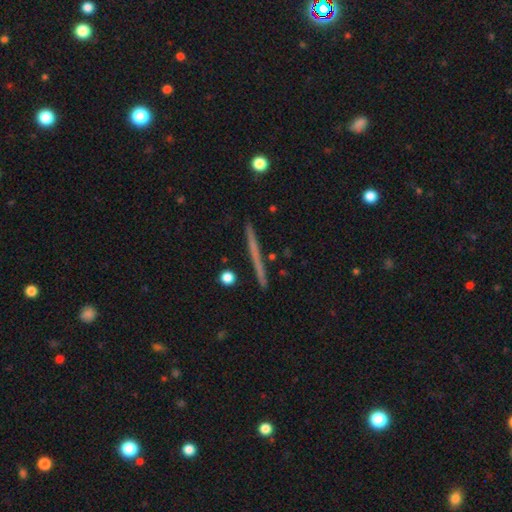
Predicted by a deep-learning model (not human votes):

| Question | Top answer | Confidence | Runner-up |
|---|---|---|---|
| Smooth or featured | featured or disk | 52% | smooth (31%) |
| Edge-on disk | yes | 94% | no (6%) |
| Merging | none | 88% | minor disturbance (7%) |